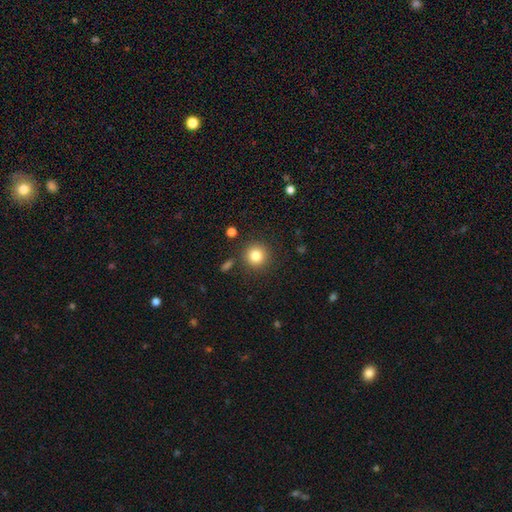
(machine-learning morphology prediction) A smooth galaxy with no disk features (82%) that is round (94%). Merging: none (88%).